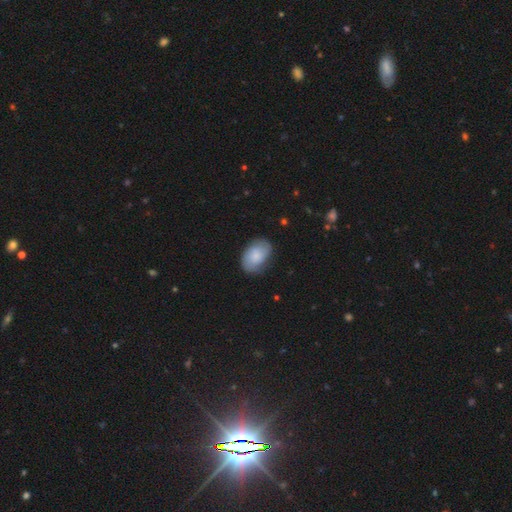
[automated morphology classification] Smooth or featured: smooth — 67% (featured or disk — 26%)
How rounded: in between — 88% (round — 11%)
Merging: none — 72% (minor disturbance — 21%)